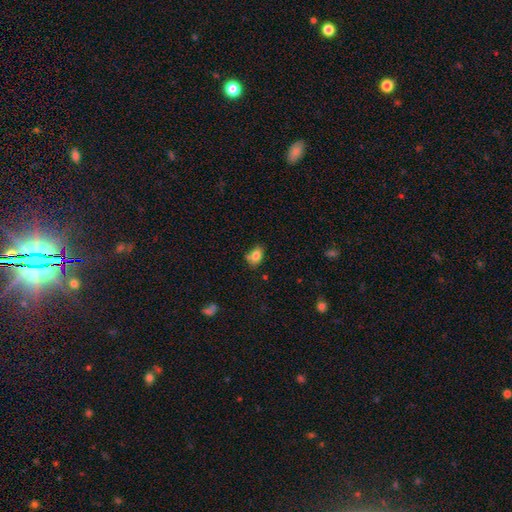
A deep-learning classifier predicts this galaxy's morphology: Smooth or featured? smooth (81%)
How rounded? in between (74%)
Merging? none (60%)